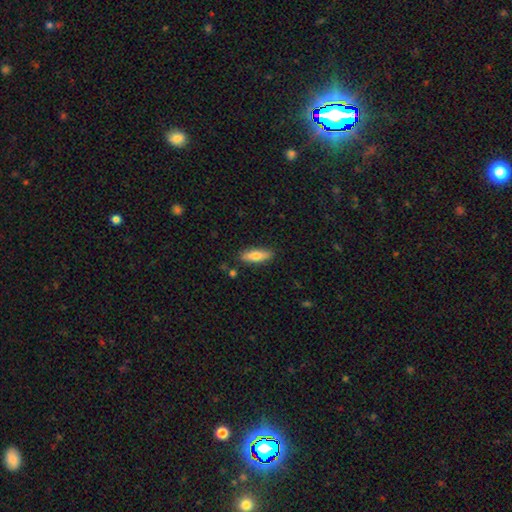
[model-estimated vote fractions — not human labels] Morphology: type=smooth (74%); roundness=in between (49%); merging=none (86%).